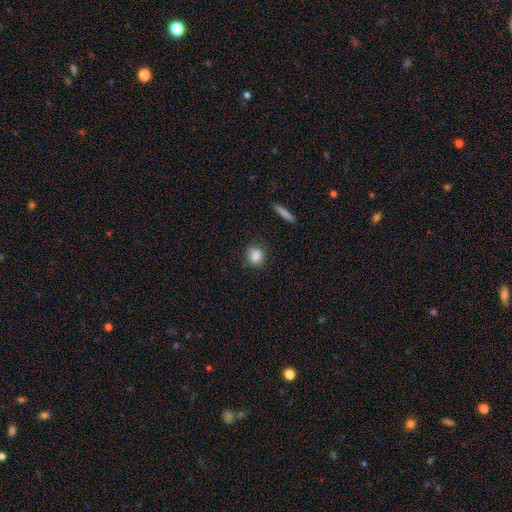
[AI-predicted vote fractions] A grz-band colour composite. It shows a smooth galaxy with no disk features (87%) that is round (78%). Merging: none (86%).